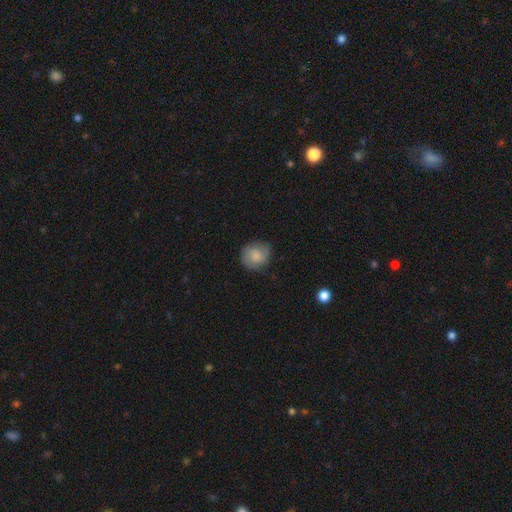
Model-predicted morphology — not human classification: smooth-or-featured: smooth: 68% | featured or disk: 24% | star or artifact: 8%
  how-rounded: round: 76% | in between: 23% | cigar-shaped: 1%
  merging: none: 75% | minor disturbance: 19% | major disturbance: 5% | merger: 1%